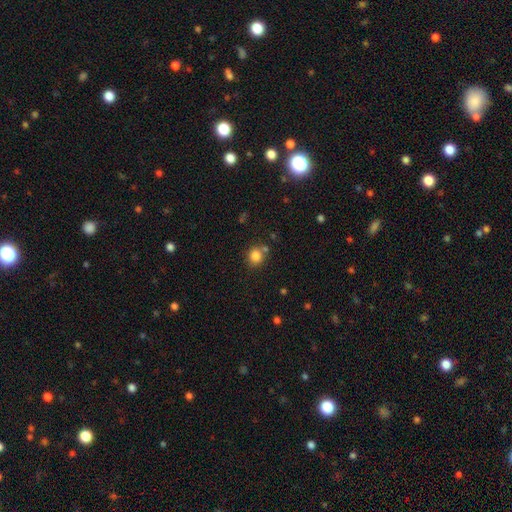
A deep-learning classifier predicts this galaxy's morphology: This is clearly a smooth galaxy (84%). How rounded: clearly round (85%). Merging: likely none (71%).